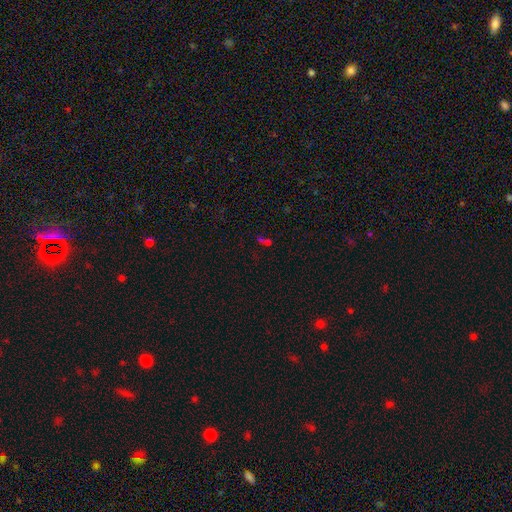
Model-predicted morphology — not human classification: type=star or artifact (56%).